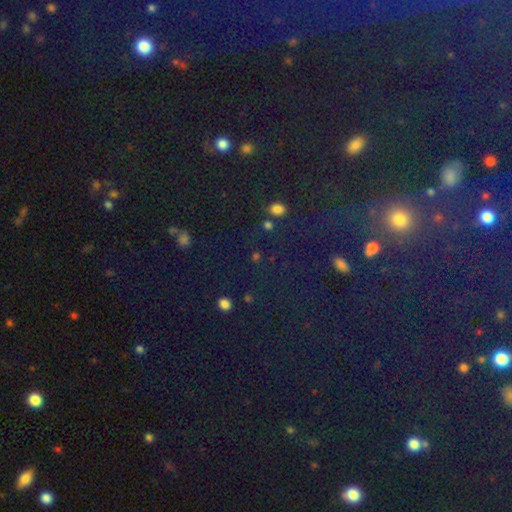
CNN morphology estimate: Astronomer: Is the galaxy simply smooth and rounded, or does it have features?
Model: star or artifact — 74%.